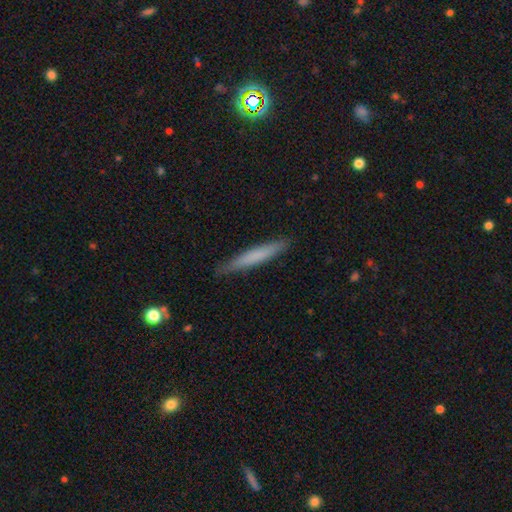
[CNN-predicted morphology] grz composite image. It shows a smooth galaxy with no disk features (68%) that is cigar-shaped (95%). Merging: none (88%).